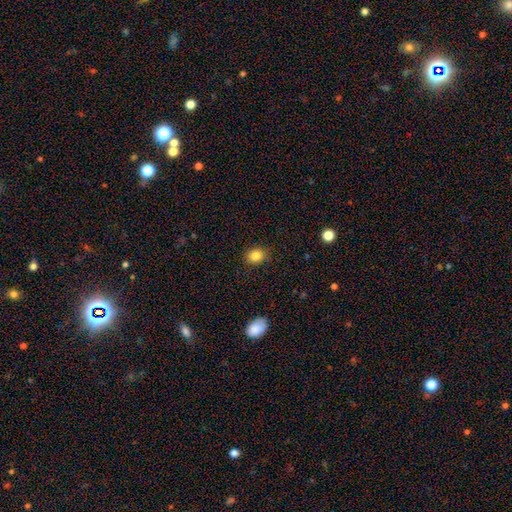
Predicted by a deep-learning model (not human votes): Overall: smooth (84%). How rounded: round (50%; in between 49%). Merging: none (87%).